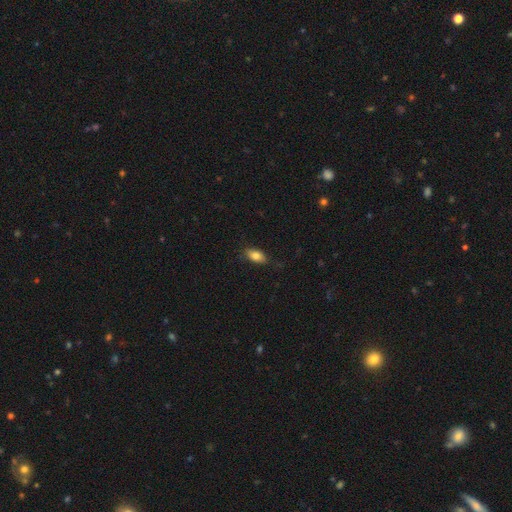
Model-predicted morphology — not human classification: Q: Smooth or featured?
A: smooth (82%); runner-up: featured or disk (11%)
Q: How rounded?
A: in between (89%); runner-up: round (6%)
Q: Merging?
A: none (81%); runner-up: minor disturbance (15%)